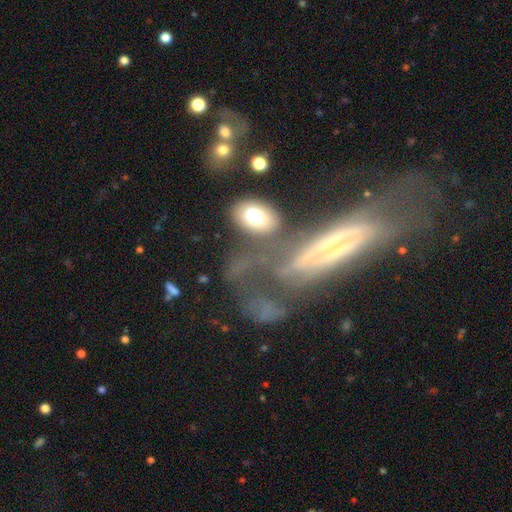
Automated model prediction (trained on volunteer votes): The model was most divided on "merging": none: 34%, merger: 25%, major disturbance: 25%, minor disturbance: 17%. More confident: edge-on disk — no (68%); smooth or featured — featured or disk (65%).